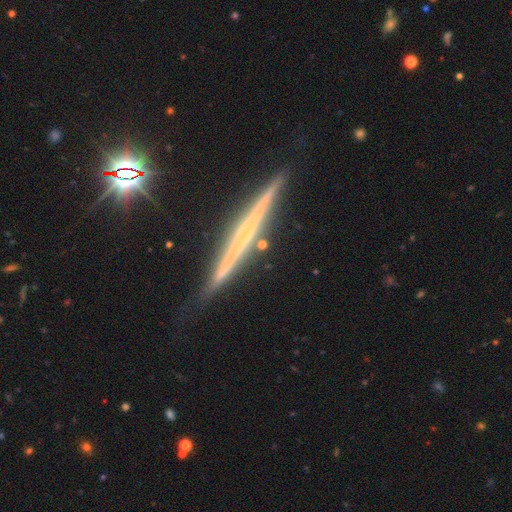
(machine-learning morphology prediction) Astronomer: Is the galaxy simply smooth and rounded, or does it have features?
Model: featured or disk — 73%.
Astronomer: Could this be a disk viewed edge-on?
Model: yes — 98%.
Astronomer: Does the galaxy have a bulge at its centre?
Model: none — 77%.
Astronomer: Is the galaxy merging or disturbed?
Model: none — 86%.